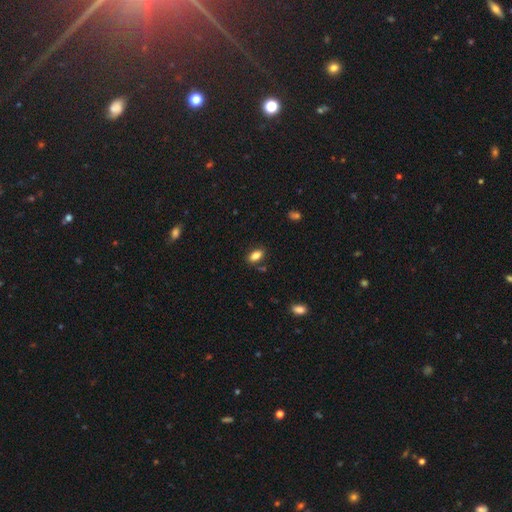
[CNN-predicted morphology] type=smooth (85%); roundness=in between (89%); merging=none (82%).